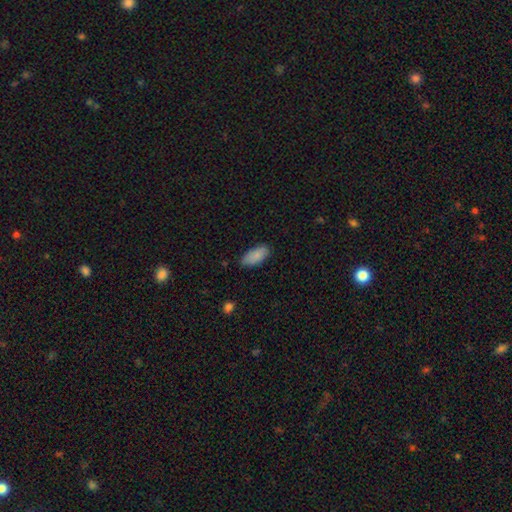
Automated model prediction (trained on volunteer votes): A smooth galaxy with no disk features (86%) that is in between round and cigar-shaped (90%).

Vote fractions:
- Smooth or featured? smooth: 86% / featured or disk: 7% / star or artifact: 7%
- How rounded? in between: 90% / cigar-shaped: 8% / round: 2%
- Merging? none: 82% / minor disturbance: 14% / major disturbance: 2% / merger: 1%